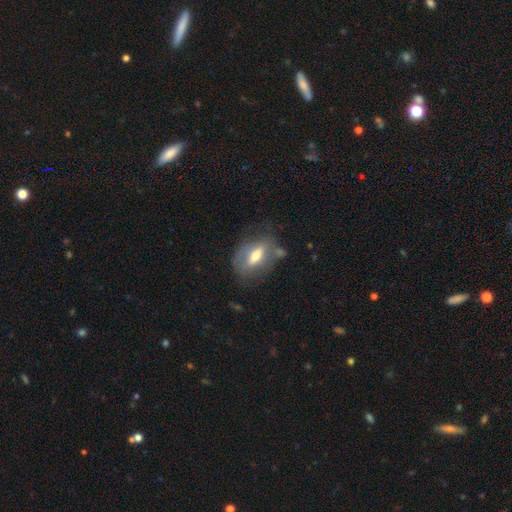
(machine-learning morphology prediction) Smooth or featured?
  - featured or disk: 47% *
  - smooth: 46%
  - star or artifact: 7%
Merging?
  - none: 59% *
  - minor disturbance: 21%
  - major disturbance: 12%
  - merger: 8%